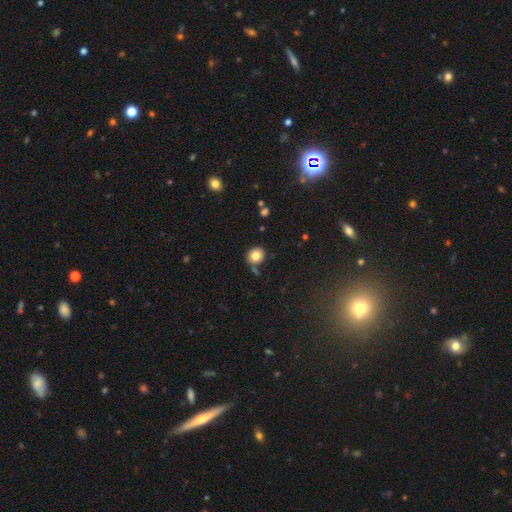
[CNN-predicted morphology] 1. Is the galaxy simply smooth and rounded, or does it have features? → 82% smooth, 10% star or artifact, 8% featured or disk.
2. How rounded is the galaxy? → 76% round, 23% in between, 1% cigar-shaped.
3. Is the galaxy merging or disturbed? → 78% none, 11% minor disturbance, 8% merger, 3% major disturbance.